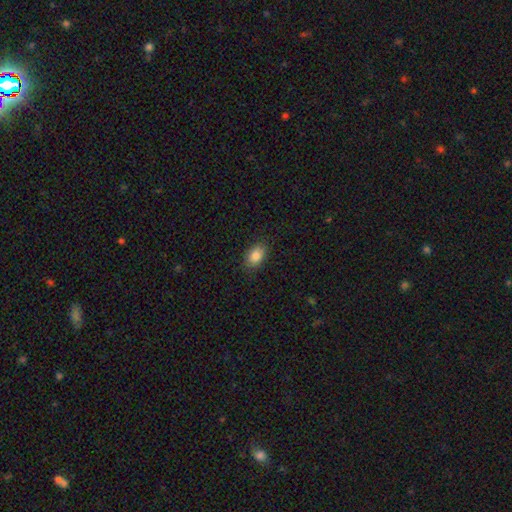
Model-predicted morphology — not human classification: Smooth or featured? Predicted: smooth (p=0.86). How rounded? Predicted: in between (p=0.85). Merging? Predicted: none (p=0.86).